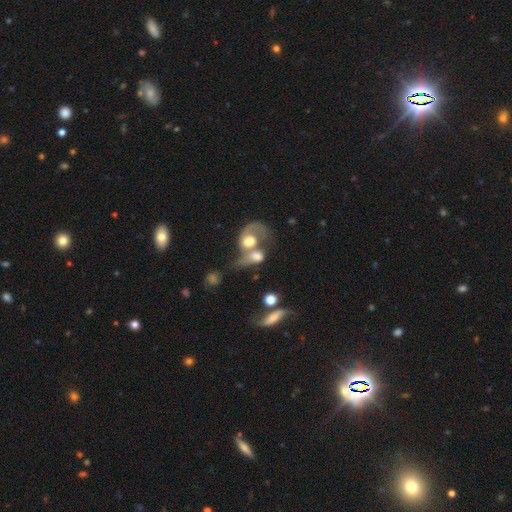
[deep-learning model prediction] featured or disk 54%, smooth 35%, star or artifact 10%. Down the decision tree: edge-on disk — no (94%); bar — no (73%); spiral arms — yes (66%); bulge size — moderate (48%); merging — merger (69%).